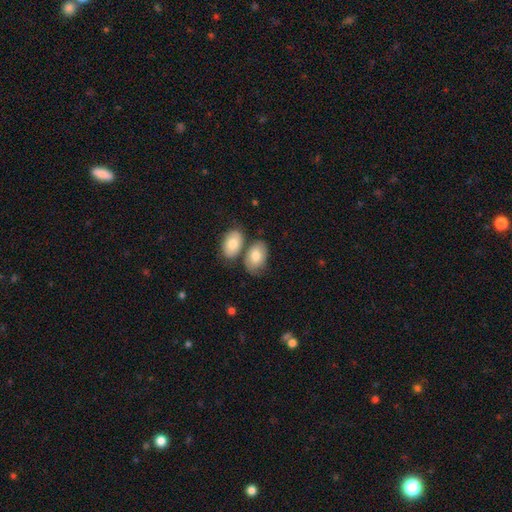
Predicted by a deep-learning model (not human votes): Q: Smooth or featured?
A: smooth (75%); runner-up: featured or disk (19%)
Q: How rounded?
A: in between (91%); runner-up: round (7%)
Q: Merging?
A: none (48%); runner-up: merger (28%)